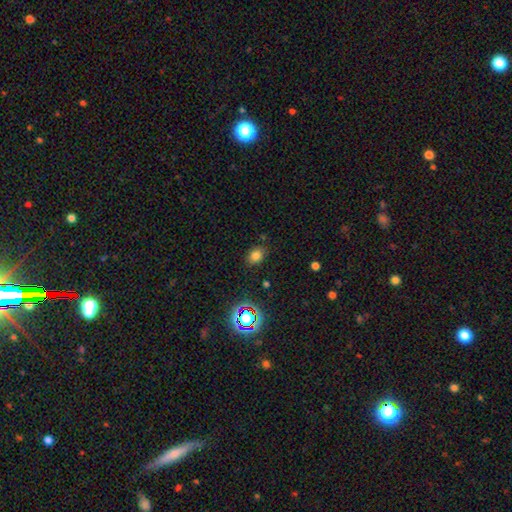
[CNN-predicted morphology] Q: Smooth or featured?
A: smooth (75%); runner-up: star or artifact (18%)
Q: How rounded?
A: in between (58%); runner-up: round (41%)
Q: Merging?
A: none (83%); runner-up: minor disturbance (12%)